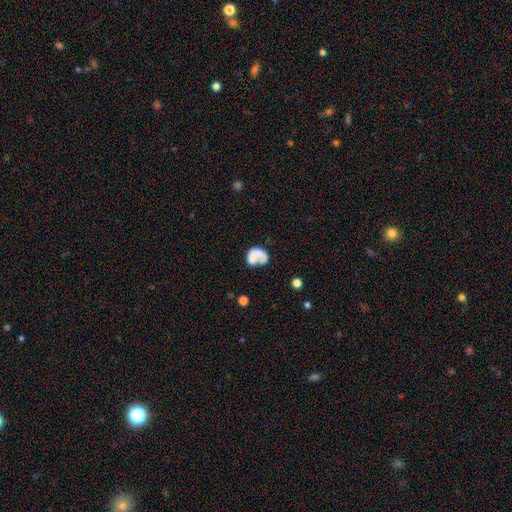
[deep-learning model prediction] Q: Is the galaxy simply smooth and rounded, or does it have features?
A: smooth — 54%.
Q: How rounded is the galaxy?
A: in between — 53%.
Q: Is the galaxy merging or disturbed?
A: none — 32%.